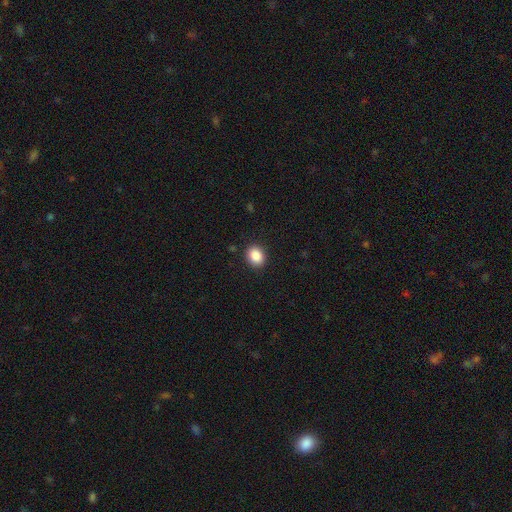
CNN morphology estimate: type=smooth (88%); roundness=round (52%); merging=none (90%).